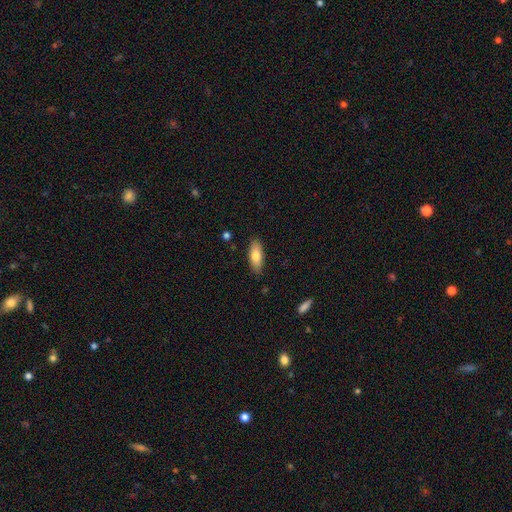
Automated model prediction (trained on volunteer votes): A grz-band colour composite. It shows a smooth galaxy with no disk features (77%) that is in between round and cigar-shaped (75%). Merging: none (86%).